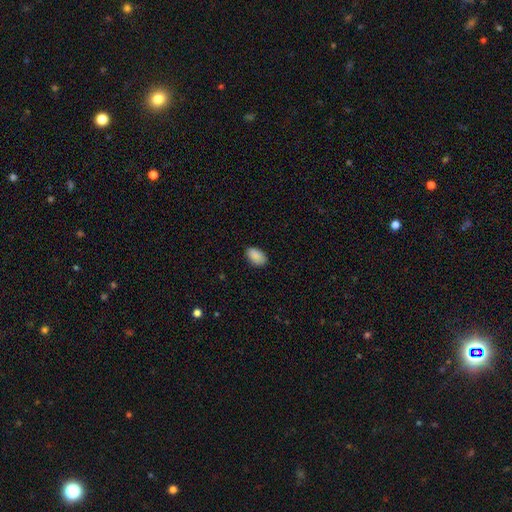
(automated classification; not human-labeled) smooth-or-featured: smooth: 90% | star or artifact: 7% | featured or disk: 3%
  how-rounded: in between: 92% | round: 6% | cigar-shaped: 1%
  merging: none: 85% | minor disturbance: 11% | major disturbance: 2% | merger: 1%